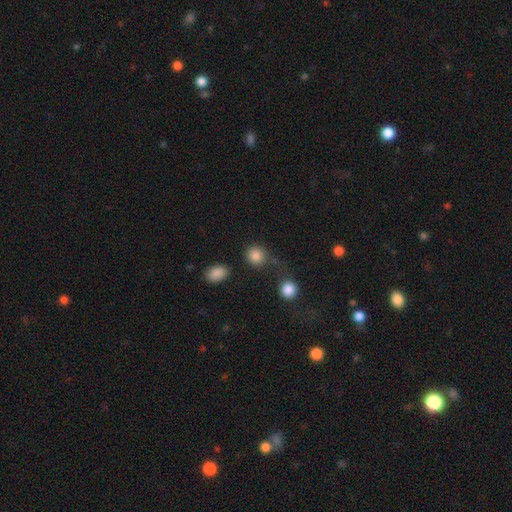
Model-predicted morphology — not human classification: The model was most divided on "merging": none: 73%, minor disturbance: 11%, merger: 10%, major disturbance: 6%. More confident: smooth or featured — smooth (86%); how rounded — round (85%).